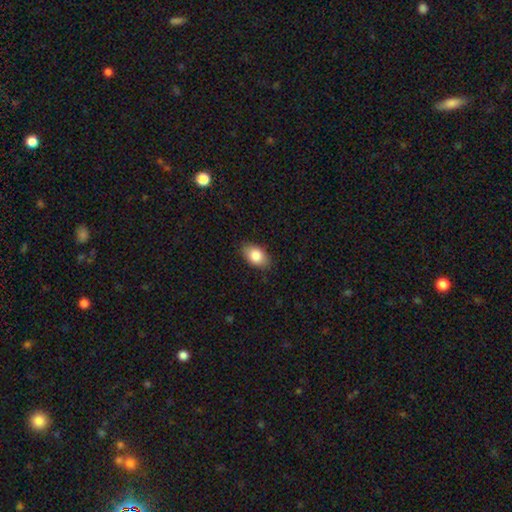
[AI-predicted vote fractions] This is clearly a smooth galaxy (84%). How rounded: clearly in between (89%). Merging: clearly none (85%).